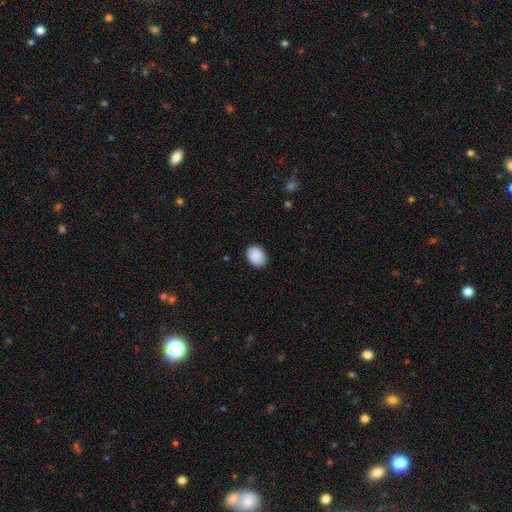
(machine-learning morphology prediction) Smooth or featured? smooth (90%)
How rounded? in between (65%)
Merging? none (88%)